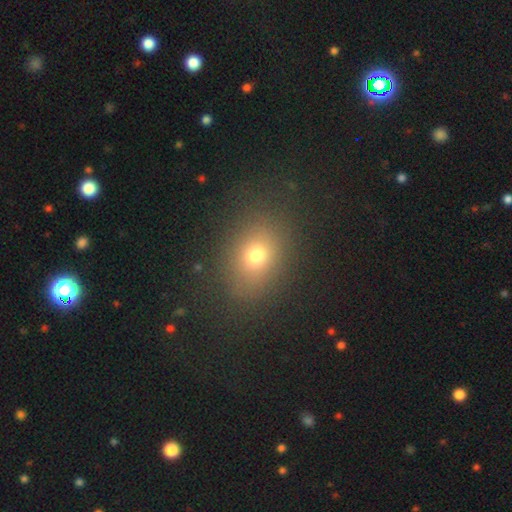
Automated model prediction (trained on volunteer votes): Smooth or featured? Predicted: smooth (p=0.71). How rounded? Predicted: in between (p=0.52). Merging? Predicted: none (p=0.82).